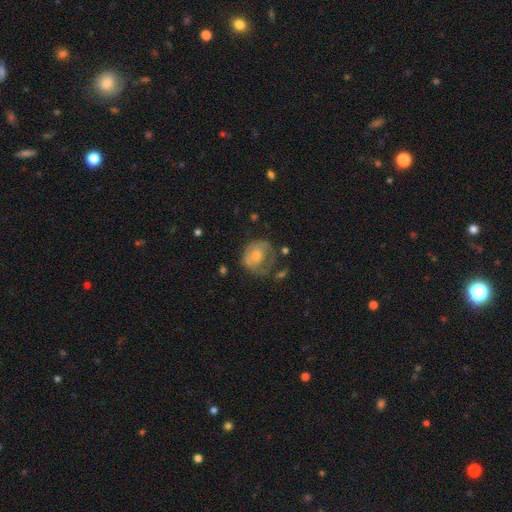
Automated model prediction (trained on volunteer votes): A smooth galaxy with no disk features (50%).

Vote fractions:
- Smooth or featured? smooth: 50% / featured or disk: 43% / star or artifact: 7%
- Merging? none: 38% / major disturbance: 30% / minor disturbance: 27% / merger: 5%